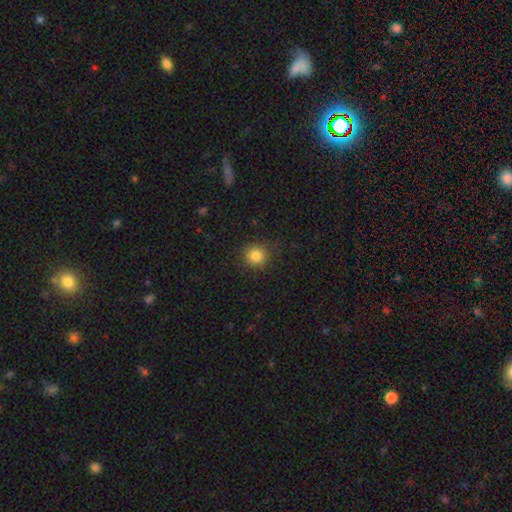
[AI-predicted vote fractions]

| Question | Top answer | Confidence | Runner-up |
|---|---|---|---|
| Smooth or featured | smooth | 83% | star or artifact (12%) |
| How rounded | round | 93% | in between (6%) |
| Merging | none | 88% | minor disturbance (8%) |